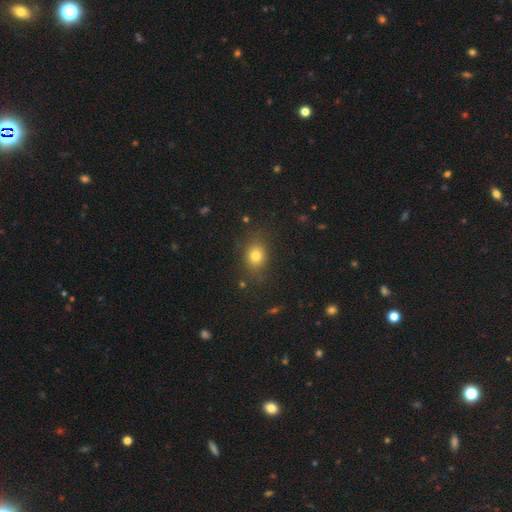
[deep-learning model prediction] Q: Smooth or featured?
A: smooth (79%); runner-up: star or artifact (13%)
Q: How rounded?
A: in between (52%); runner-up: round (47%)
Q: Merging?
A: none (81%); runner-up: minor disturbance (13%)